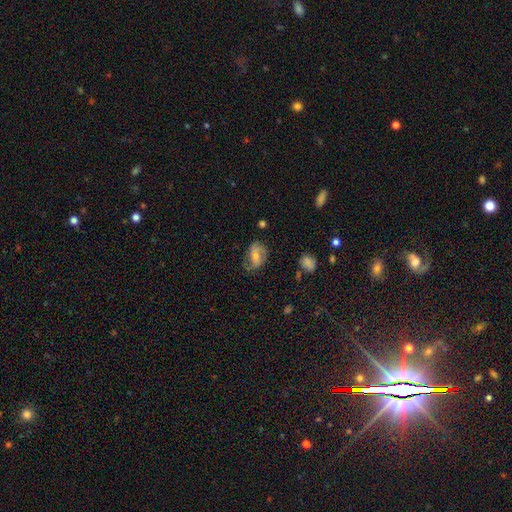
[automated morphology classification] Overall: featured or disk (64%; smooth 25%). Edge-on disk: no (95%). Bar: weak (42%; no 33%). Spiral arms: yes (84%). Spiral arm count: 2 (71%). Spiral winding: medium (43%; tight 29%). Bulge size: moderate (51%; small 42%). Merging: none (64%).